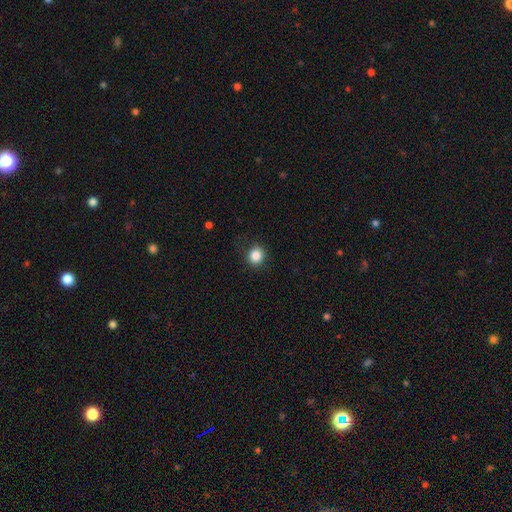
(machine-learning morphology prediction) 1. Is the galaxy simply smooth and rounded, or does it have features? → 86% smooth, 10% star or artifact, 4% featured or disk.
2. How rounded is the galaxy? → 82% round, 17% in between, 1% cigar-shaped.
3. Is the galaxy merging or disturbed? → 87% none, 9% minor disturbance, 3% major disturbance, 1% merger.